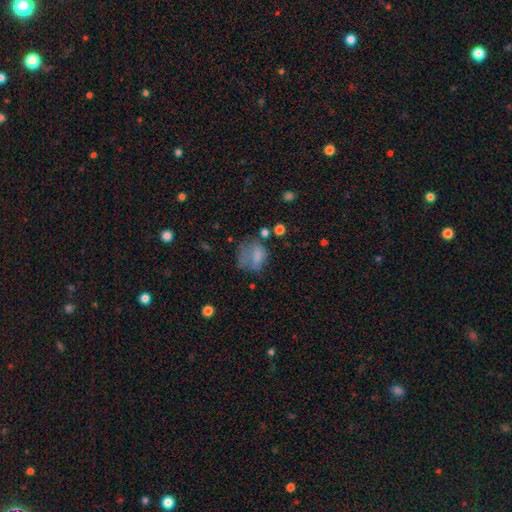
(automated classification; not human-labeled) A smooth galaxy with no disk features (65%) that is round (57%). Merging: none (38%).